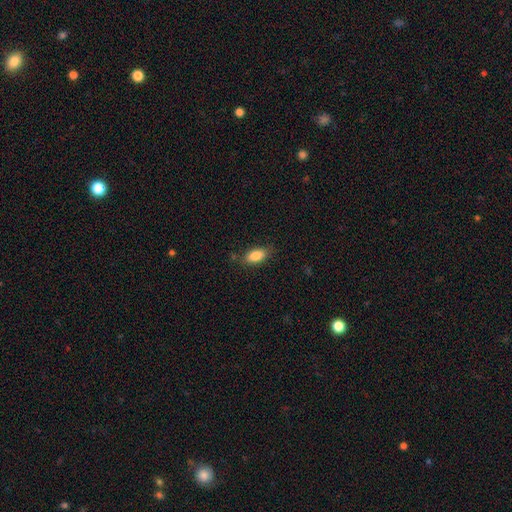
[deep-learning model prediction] This is clearly a smooth galaxy (85%). How rounded: clearly in between (88%). Merging: likely none (80%).